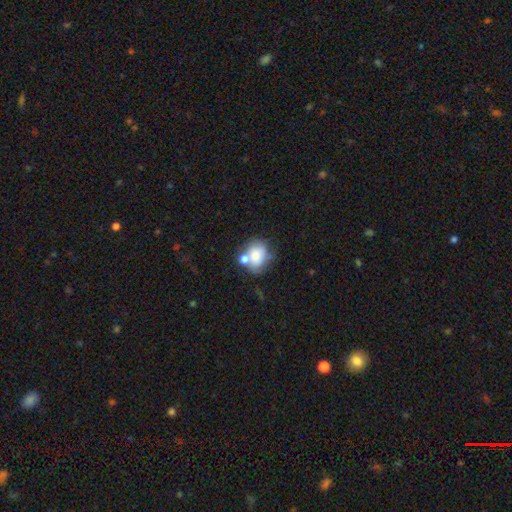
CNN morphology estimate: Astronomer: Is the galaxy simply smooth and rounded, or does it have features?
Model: smooth — 71%.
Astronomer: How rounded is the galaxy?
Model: in between — 51% (runner-up: round, 48%).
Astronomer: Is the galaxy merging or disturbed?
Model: merger — 39% (runner-up: none, 35%).